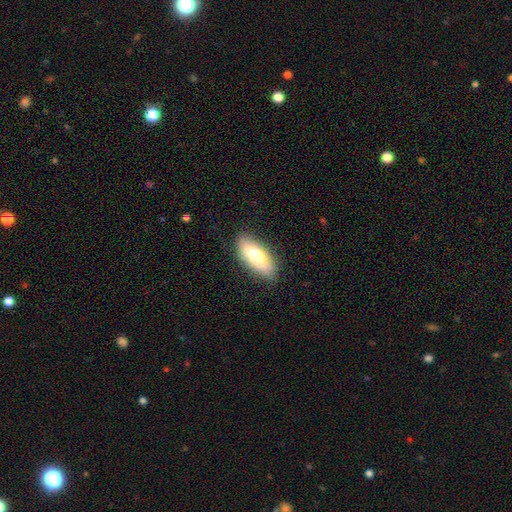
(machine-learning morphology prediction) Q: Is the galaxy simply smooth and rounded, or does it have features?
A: smooth — 72%.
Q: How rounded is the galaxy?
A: in between — 78%.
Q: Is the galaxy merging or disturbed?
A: none — 83%.